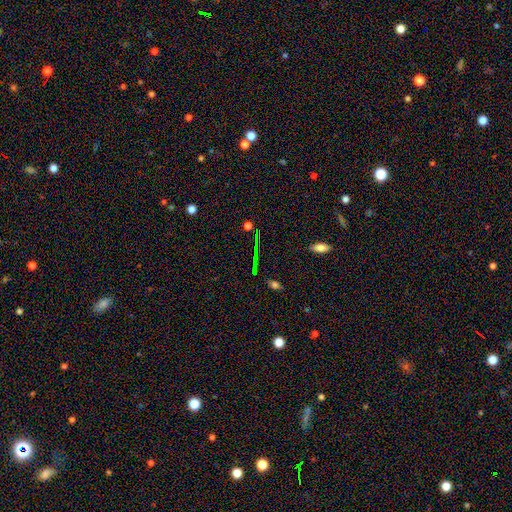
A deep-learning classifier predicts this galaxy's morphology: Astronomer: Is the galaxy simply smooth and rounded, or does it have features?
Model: star or artifact — 51%.